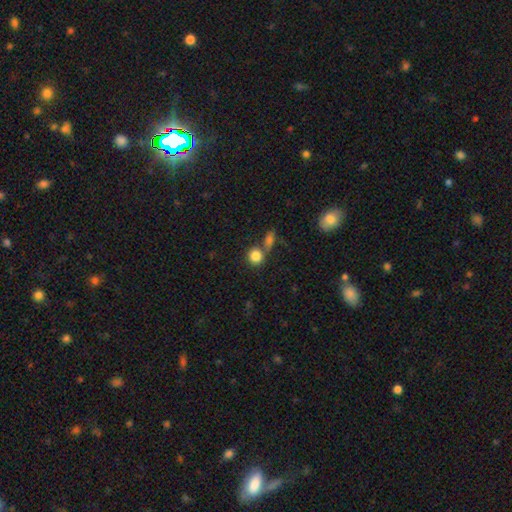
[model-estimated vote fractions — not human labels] This is clearly a smooth galaxy (84%). How rounded: clearly round (82%). Merging: possibly none (54%).